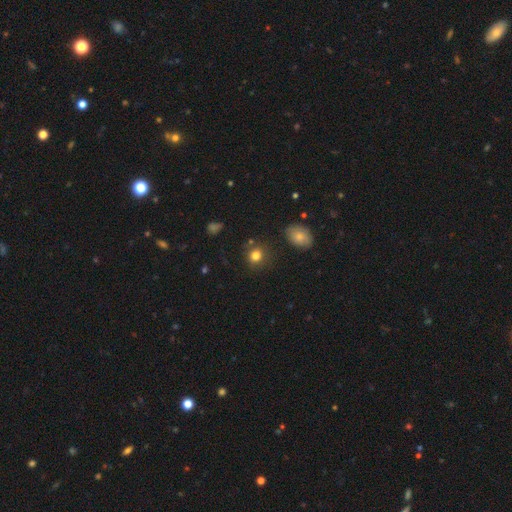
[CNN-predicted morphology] smooth 81%, star or artifact 13%, featured or disk 6%. Down the decision tree: how rounded — round (82%); merging — none (83%).